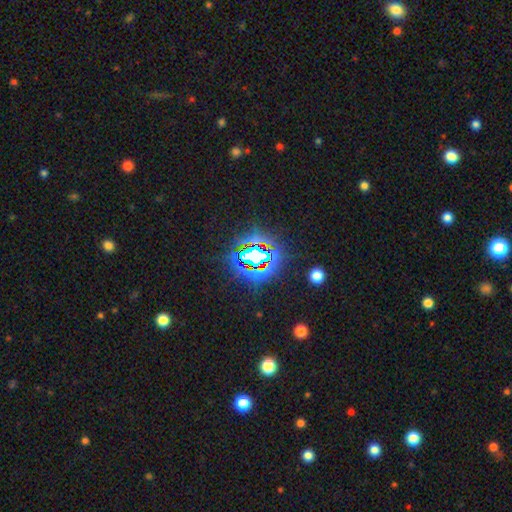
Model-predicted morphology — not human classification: Smooth or featured: star or artifact — 76% (smooth — 13%)